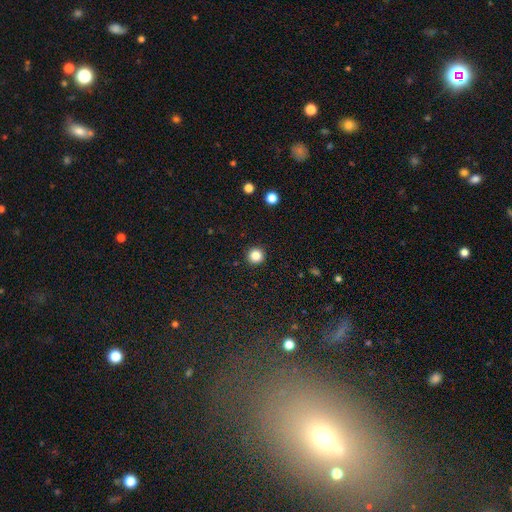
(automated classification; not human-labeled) This appears to be a smooth galaxy with no disk features (85%) that is round (96%). Merging: none (94%).